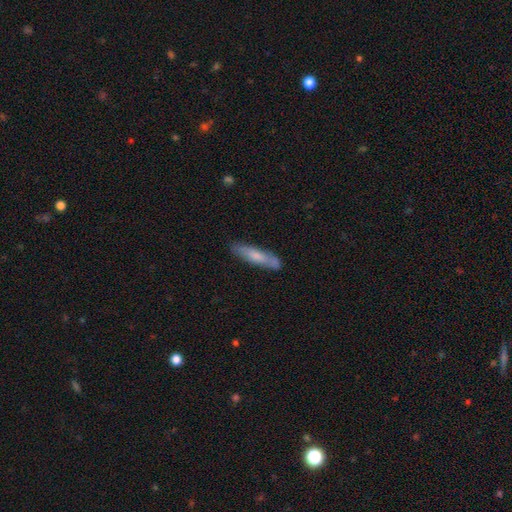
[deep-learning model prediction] The model was most divided on "smooth or featured": smooth: 69%, featured or disk: 26%, star or artifact: 6%. More confident: how rounded — cigar-shaped (81%); merging — none (76%).